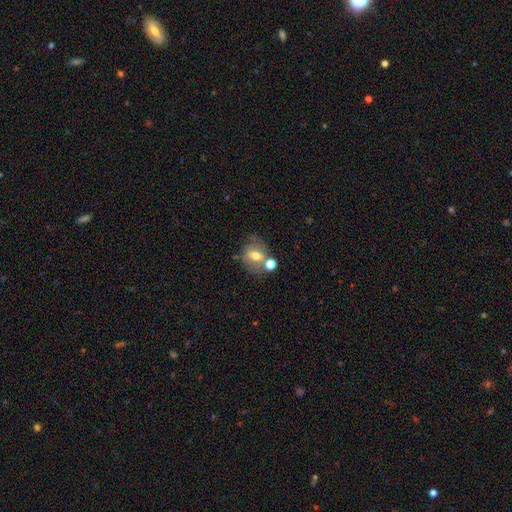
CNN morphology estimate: A smooth galaxy with no disk features (57%) that is in between round and cigar-shaped (50%). Merging: none (53%).